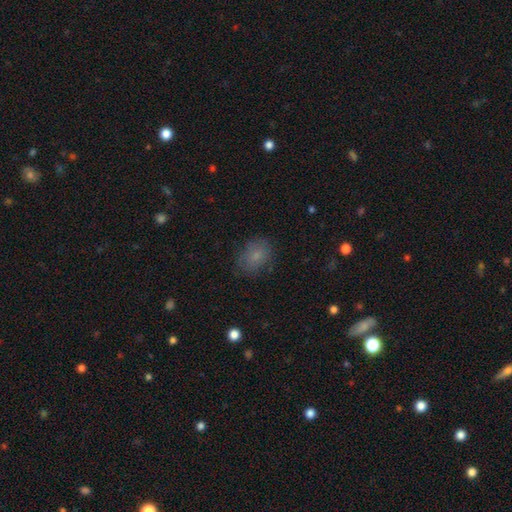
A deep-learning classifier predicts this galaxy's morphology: Q: Smooth or featured?
A: smooth (77%); runner-up: star or artifact (12%)
Q: How rounded?
A: in between (66%); runner-up: round (33%)
Q: Merging?
A: none (76%); runner-up: minor disturbance (17%)